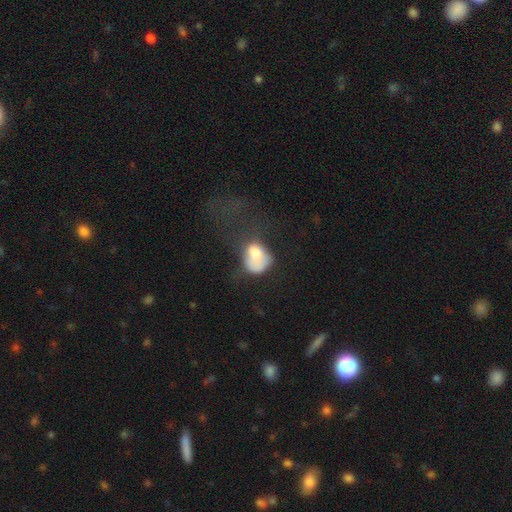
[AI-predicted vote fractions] Q: Smooth or featured?
A: smooth (68%); runner-up: featured or disk (22%)
Q: How rounded?
A: in between (58%); runner-up: round (41%)
Q: Merging?
A: major disturbance (37%); runner-up: minor disturbance (23%)